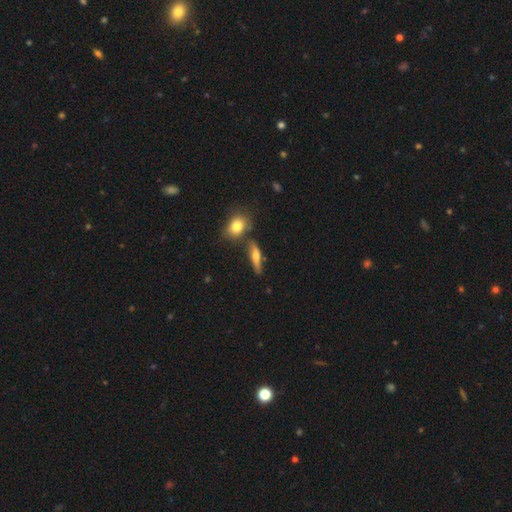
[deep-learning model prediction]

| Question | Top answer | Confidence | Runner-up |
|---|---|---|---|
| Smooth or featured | smooth | 53% | featured or disk (38%) |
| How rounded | cigar-shaped | 63% | in between (31%) |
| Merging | none | 66% | minor disturbance (16%) |